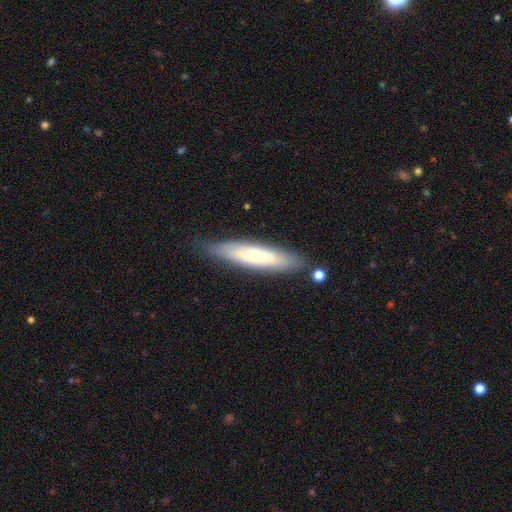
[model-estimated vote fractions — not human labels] The model was most divided on "smooth or featured": smooth: 57%, featured or disk: 37%, star or artifact: 6%. More confident: how rounded — cigar-shaped (82%); merging — none (80%).